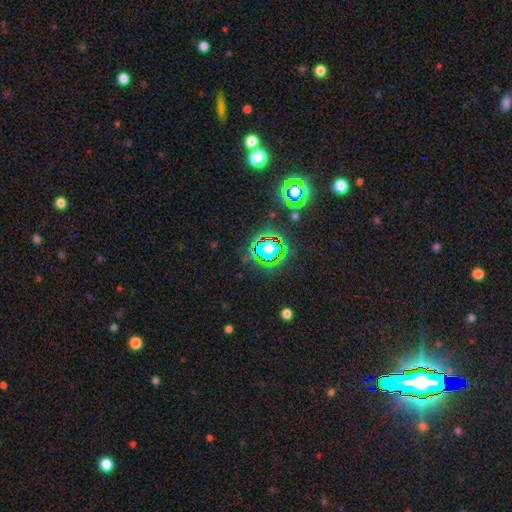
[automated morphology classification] Q: Smooth or featured?
A: star or artifact (81%); runner-up: smooth (11%)